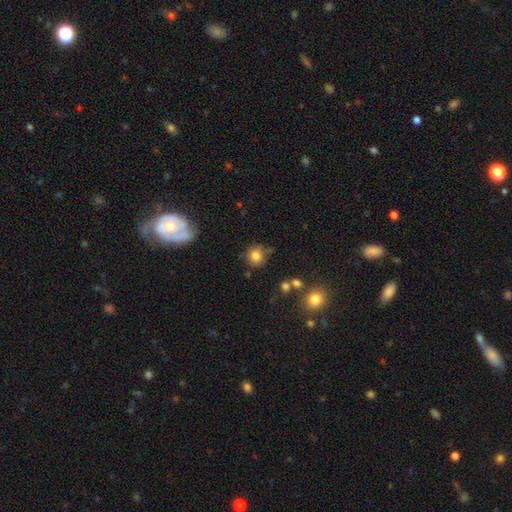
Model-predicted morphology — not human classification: The model was most divided on "merging": none: 73%, minor disturbance: 16%, merger: 7%, major disturbance: 4%. More confident: how rounded — round (88%); smooth or featured — smooth (80%).